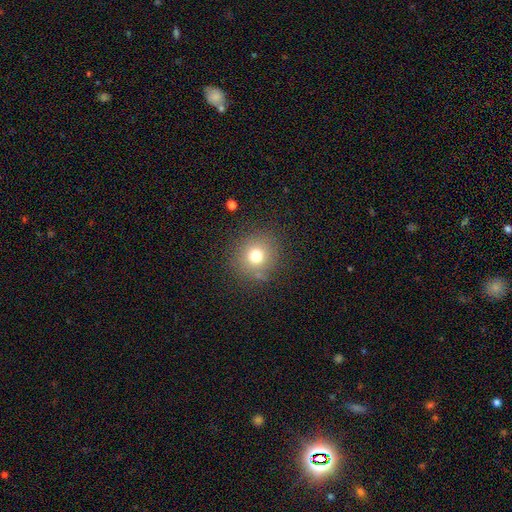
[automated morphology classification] Smooth or featured?
  - smooth: 74% *
  - star or artifact: 16%
  - featured or disk: 10%
How rounded?
  - round: 90% *
  - in between: 9%
  - cigar-shaped: 1%
Merging?
  - none: 84% *
  - minor disturbance: 9%
  - major disturbance: 4%
  - merger: 3%